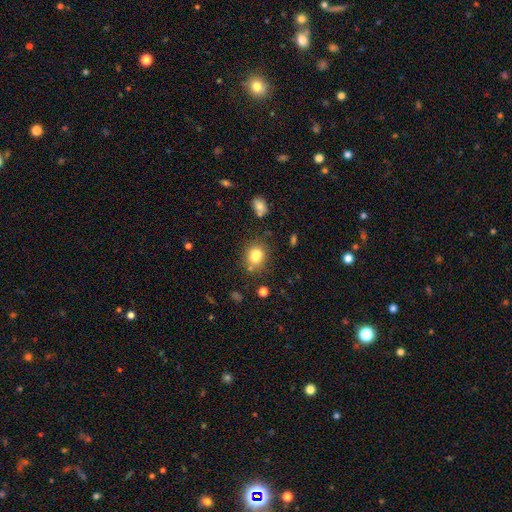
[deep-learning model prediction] Smooth or featured? Predicted: smooth (p=0.79). How rounded? Predicted: round (p=0.59). Merging? Predicted: none (p=0.67).